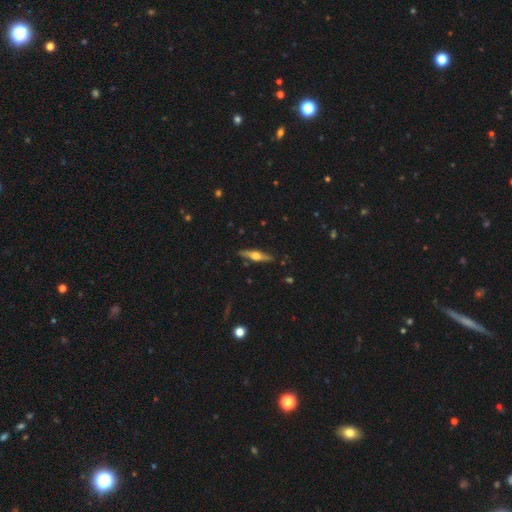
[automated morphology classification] featured or disk 64%, smooth 30%, star or artifact 6%. Down the decision tree: edge-on disk — yes (95%); edge-on bulge — rounded (93%); merging — none (87%).